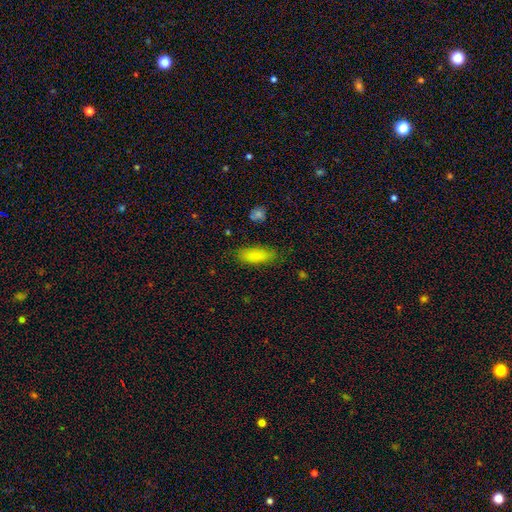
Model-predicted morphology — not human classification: A smooth galaxy with no disk features (85%) that is in between round and cigar-shaped (64%).

Vote fractions:
- Smooth or featured? smooth: 85% / star or artifact: 7% / featured or disk: 7%
- How rounded? in between: 64% / cigar-shaped: 34% / round: 2%
- Merging? none: 83% / minor disturbance: 13% / major disturbance: 3% / merger: 2%